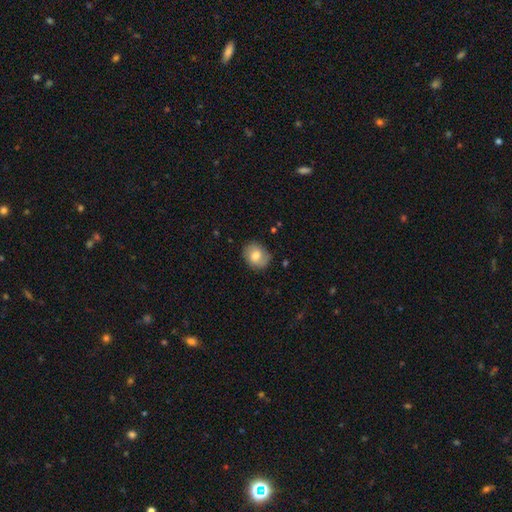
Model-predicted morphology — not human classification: Smooth or featured: smooth — 69% (featured or disk — 22%)
How rounded: round — 62% (in between — 37%)
Merging: none — 80% (minor disturbance — 16%)